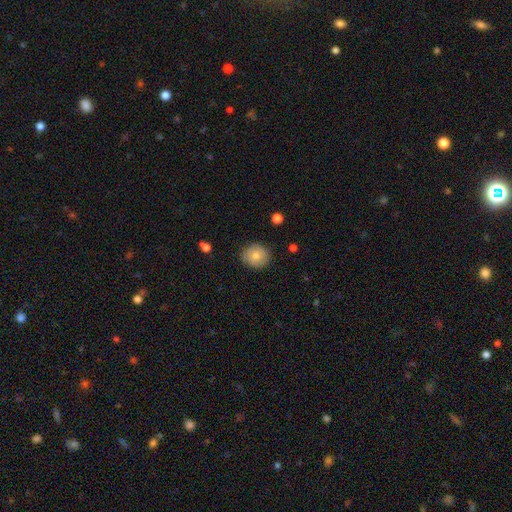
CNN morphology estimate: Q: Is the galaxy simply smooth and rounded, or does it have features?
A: smooth — 78%.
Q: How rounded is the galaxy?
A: round — 83%.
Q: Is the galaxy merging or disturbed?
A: none — 85%.